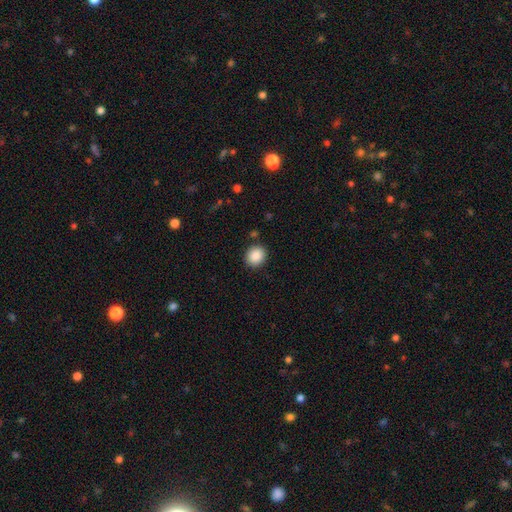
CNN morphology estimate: type=smooth (88%); roundness=round (75%); merging=none (88%).